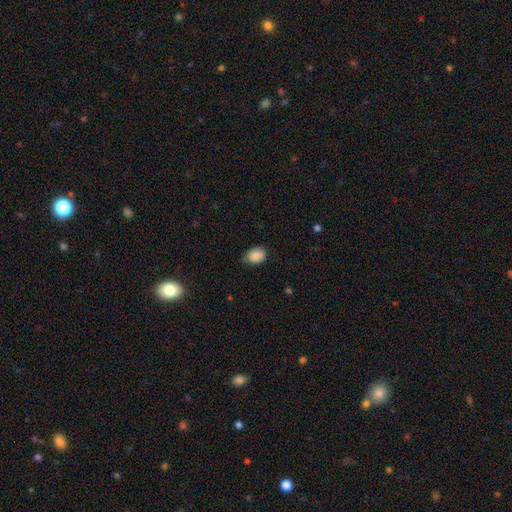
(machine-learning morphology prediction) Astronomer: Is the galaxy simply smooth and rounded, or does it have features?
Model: smooth — 87%.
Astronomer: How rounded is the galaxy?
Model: in between — 74%.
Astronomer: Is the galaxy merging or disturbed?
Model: none — 65%.